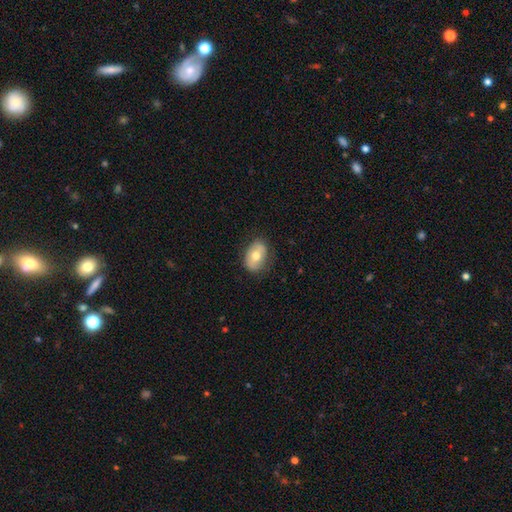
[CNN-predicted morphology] smooth_or_featured: smooth (p=0.64) [alt: featured or disk p=0.29]
how_rounded: in between (p=0.82) [alt: round p=0.17]
merging: none (p=0.79) [alt: minor disturbance p=0.16]